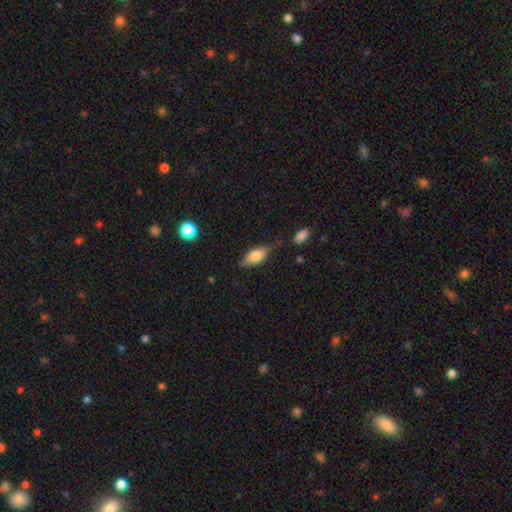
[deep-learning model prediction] This appears to be a smooth galaxy with no disk features (71%) that is in between round and cigar-shaped (81%). Merging: none (63%).